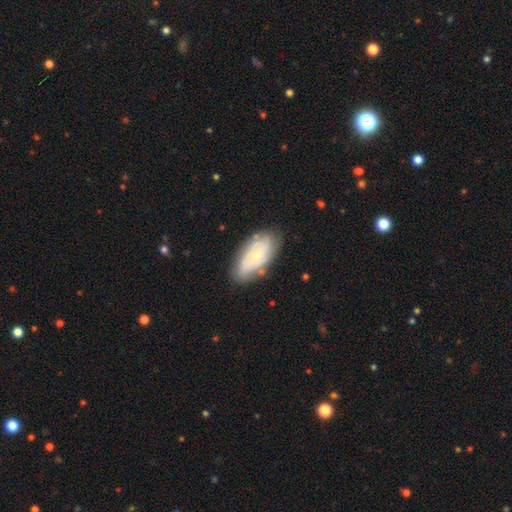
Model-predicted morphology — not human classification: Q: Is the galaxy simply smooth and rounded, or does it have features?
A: featured or disk — 59%.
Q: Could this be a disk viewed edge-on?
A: no — 92%.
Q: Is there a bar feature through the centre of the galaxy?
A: no — 73%.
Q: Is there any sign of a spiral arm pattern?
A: yes — 79%.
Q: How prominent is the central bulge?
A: small — 70%.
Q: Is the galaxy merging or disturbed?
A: none — 74%.